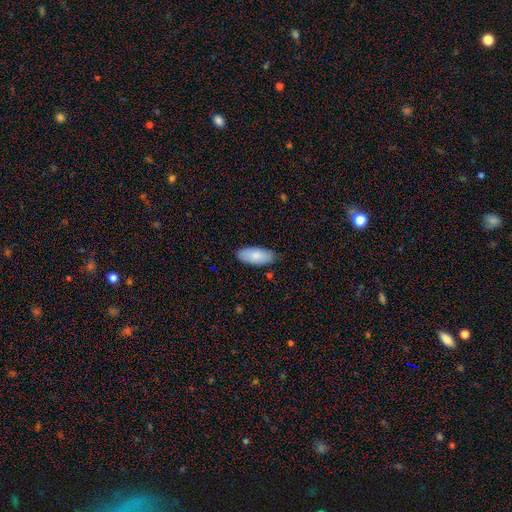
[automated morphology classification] Smooth or featured?
  - smooth: 85% *
  - featured or disk: 9%
  - star or artifact: 6%
How rounded?
  - in between: 88% *
  - cigar-shaped: 11%
  - round: 2%
Merging?
  - none: 84% *
  - minor disturbance: 13%
  - major disturbance: 2%
  - merger: 1%